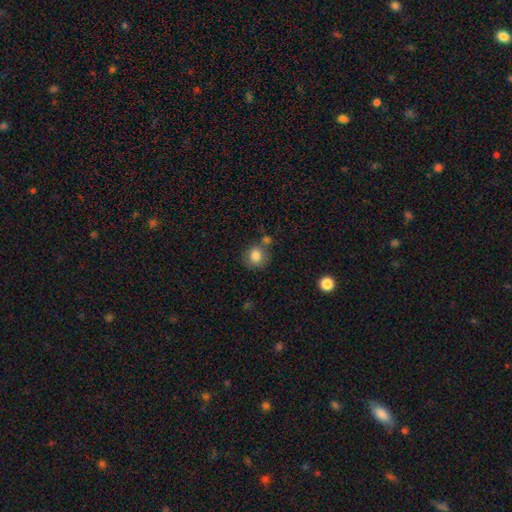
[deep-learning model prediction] This is clearly a smooth galaxy (83%). How rounded: clearly round (83%). Merging: likely none (65%).